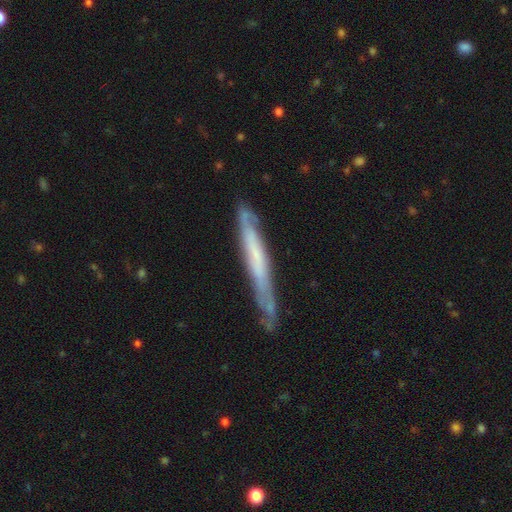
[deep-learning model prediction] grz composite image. It shows a featured or disk galaxy (60%) viewed edge-on (79%). Merging: none (72%).